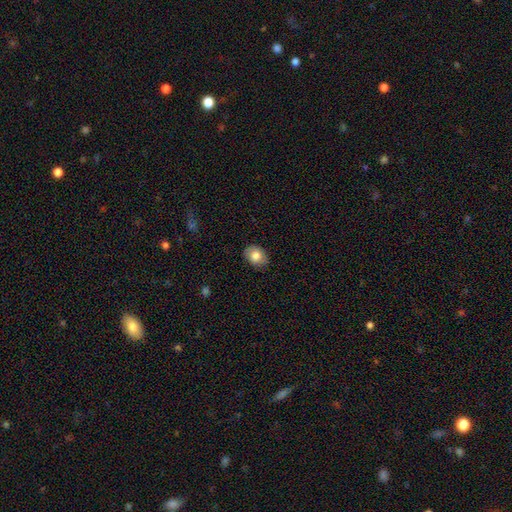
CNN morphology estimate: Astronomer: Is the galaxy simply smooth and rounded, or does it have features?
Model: smooth — 80%.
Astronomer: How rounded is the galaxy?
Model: in between — 64%.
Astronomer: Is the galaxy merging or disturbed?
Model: none — 84%.